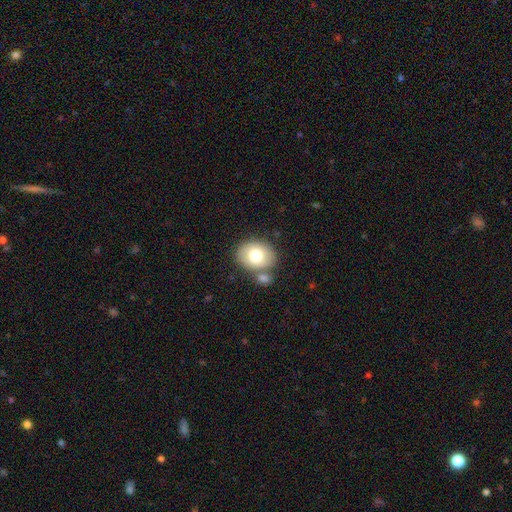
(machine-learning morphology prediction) Q: Smooth or featured?
A: smooth (74%); runner-up: featured or disk (18%)
Q: How rounded?
A: round (51%); runner-up: in between (48%)
Q: Merging?
A: none (65%); runner-up: merger (18%)